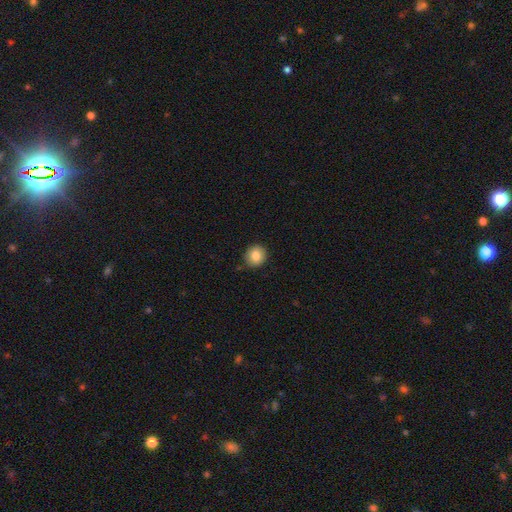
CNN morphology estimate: Smooth or featured? smooth (84%)
How rounded? round (83%)
Merging? none (89%)